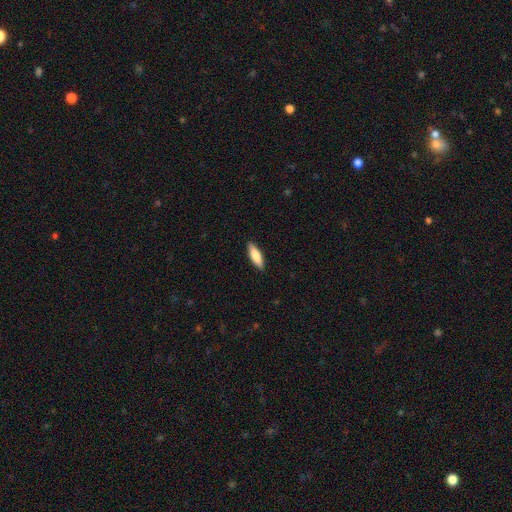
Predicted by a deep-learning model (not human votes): Smooth or featured?
  - smooth: 81% *
  - featured or disk: 13%
  - star or artifact: 5%
How rounded?
  - in between: 52% *
  - cigar-shaped: 46%
  - round: 2%
Merging?
  - none: 90% *
  - minor disturbance: 8%
  - major disturbance: 2%
  - merger: 1%